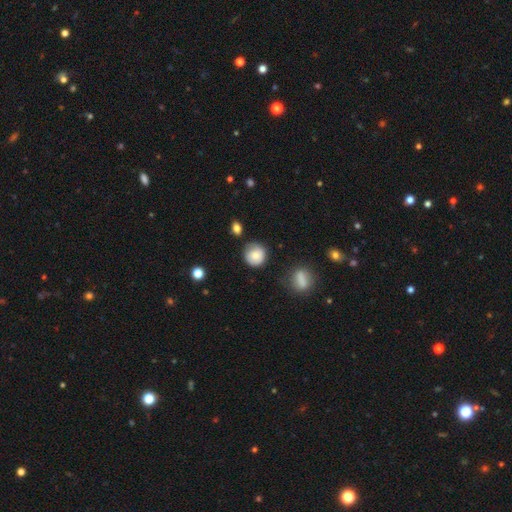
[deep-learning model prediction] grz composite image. It shows a smooth galaxy with no disk features (78%) that is round (89%). Merging: none (67%).